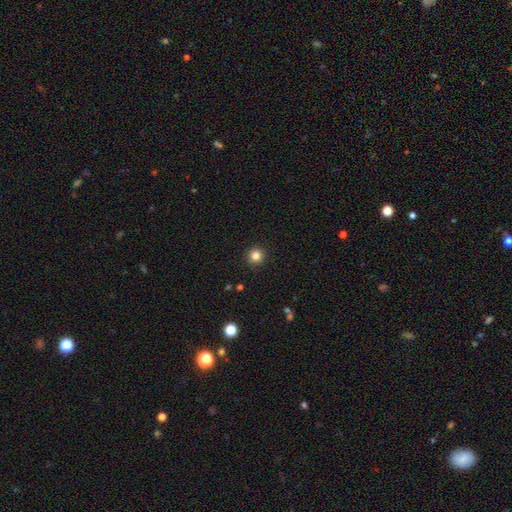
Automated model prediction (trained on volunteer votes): The model was most divided on "smooth or featured": smooth: 83%, star or artifact: 12%, featured or disk: 5%. More confident: how rounded — round (95%); merging — none (92%).